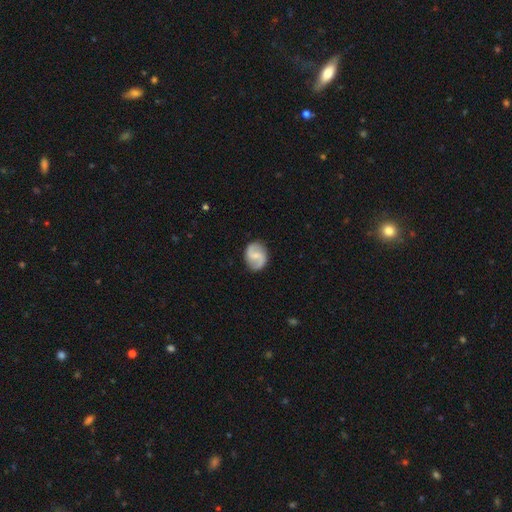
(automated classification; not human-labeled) smooth_or_featured: featured or disk (p=0.76) [alt: smooth p=0.18]
disk_edge_on: no (p=0.98) [alt: yes p=0.02]
bar: weak (p=0.54) [alt: no p=0.27]
has_spiral_arms: yes (p=0.94) [alt: no p=0.06]
spiral_winding: medium (p=0.43) [alt: loose p=0.42]
spiral_arm_count: 2 (p=0.92) [alt: can't tell p=0.03]
bulge_size: small (p=0.52) [alt: moderate p=0.27]
merging: none (p=0.86) [alt: minor disturbance p=0.10]